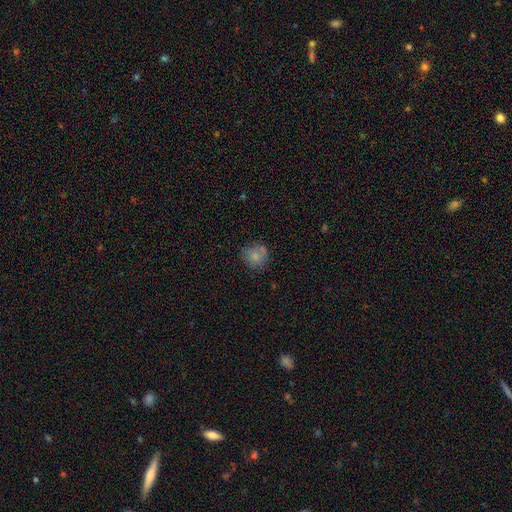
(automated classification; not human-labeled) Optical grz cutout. It shows a smooth galaxy with no disk features (77%) that is round (84%). Merging: none (63%).